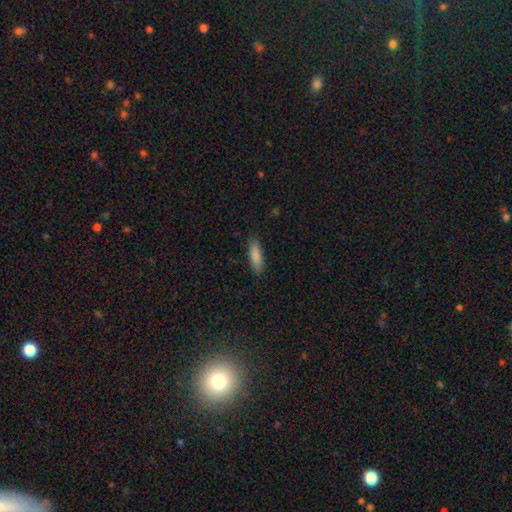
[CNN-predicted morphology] Smooth or featured?
  - smooth: 86% *
  - featured or disk: 8%
  - star or artifact: 6%
How rounded?
  - cigar-shaped: 59% *
  - in between: 39%
  - round: 2%
Merging?
  - none: 88% *
  - minor disturbance: 9%
  - major disturbance: 2%
  - merger: 1%